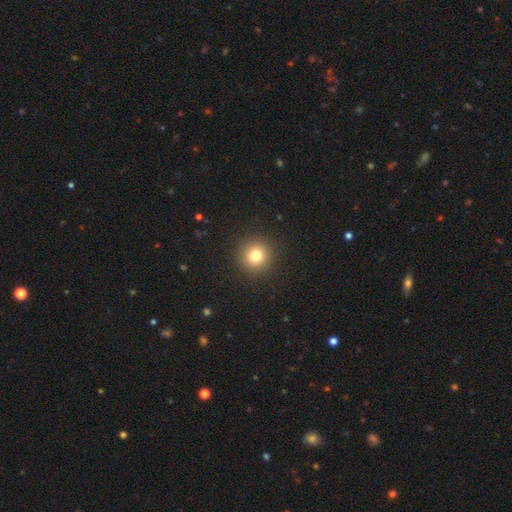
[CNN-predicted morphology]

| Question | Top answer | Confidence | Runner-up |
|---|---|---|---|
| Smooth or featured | smooth | 78% | star or artifact (14%) |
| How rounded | round | 95% | in between (4%) |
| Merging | none | 93% | minor disturbance (4%) |